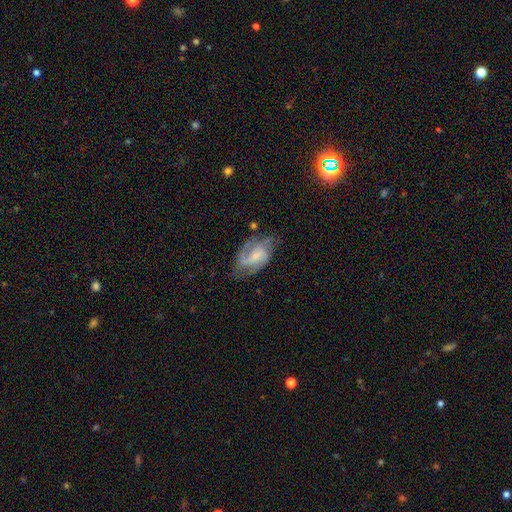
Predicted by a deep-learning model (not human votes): A featured or disk galaxy (73%) with no bar (44%), 2 (52%) medium (49%) spiral arms (89%) and a small central bulge (61%). Merging: none (53%).